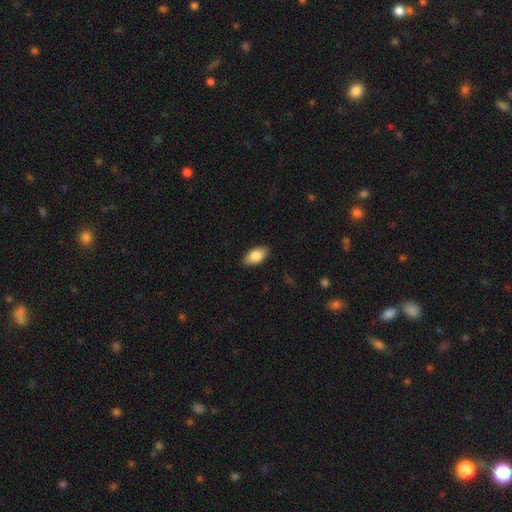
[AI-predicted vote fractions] Smooth or featured?
  - smooth: 83% *
  - featured or disk: 10%
  - star or artifact: 6%
How rounded?
  - in between: 93% *
  - round: 4%
  - cigar-shaped: 3%
Merging?
  - none: 88% *
  - minor disturbance: 9%
  - major disturbance: 2%
  - merger: 1%